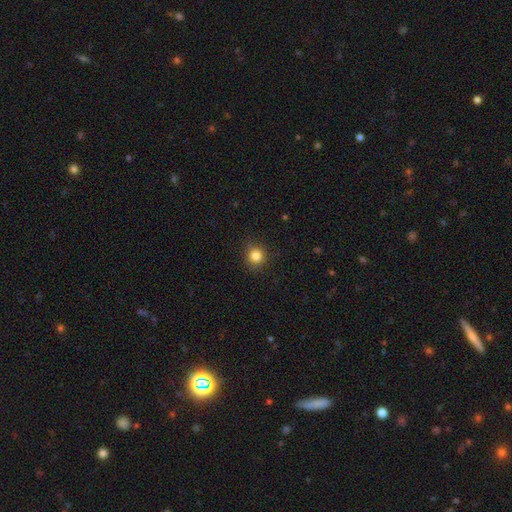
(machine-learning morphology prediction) Smooth or featured: smooth — 83% (star or artifact — 12%)
How rounded: round — 90% (in between — 9%)
Merging: none — 88% (minor disturbance — 9%)